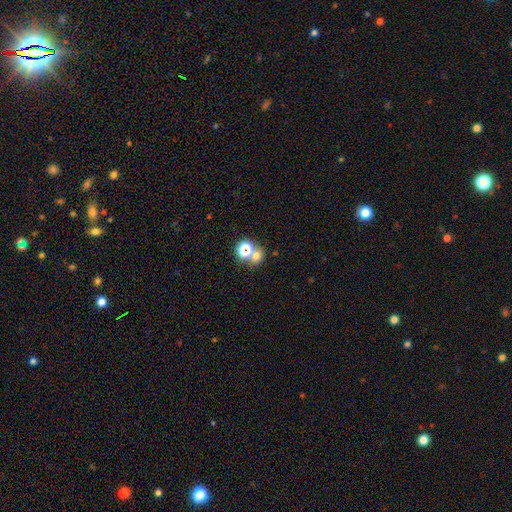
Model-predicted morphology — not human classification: Overall: smooth (62%; star or artifact 27%). How rounded: round (73%). Merging: none (51%; merger 39%).